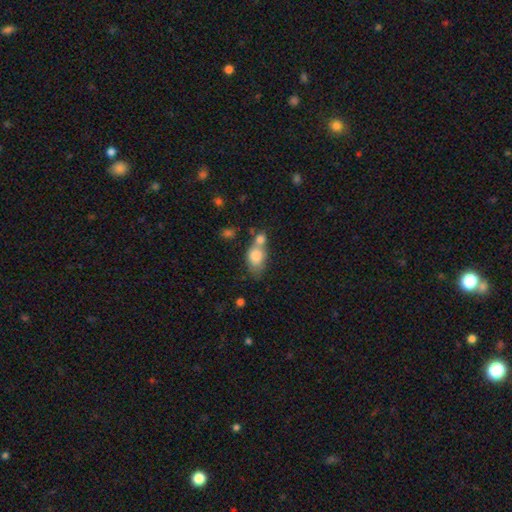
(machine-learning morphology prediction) Smooth or featured? smooth (80%)
How rounded? in between (77%)
Merging? merger (52%)